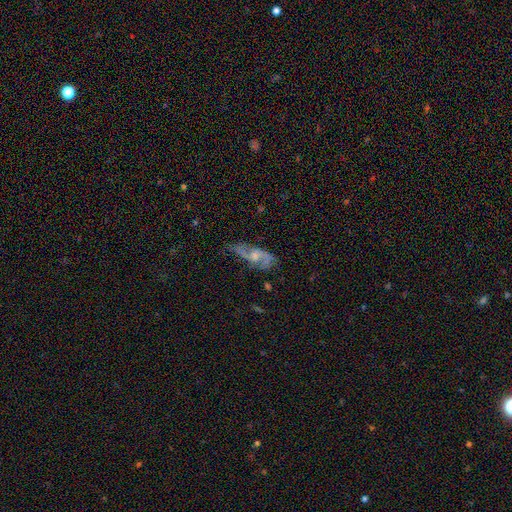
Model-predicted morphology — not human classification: The model was most divided on "bulge size": moderate: 45%, small: 38%, none: 11%, large: 5%, dominant: 1%. Remaining: spiral arms — yes (91%); edge-on disk — no (90%); spiral arm count — 2 (84%); smooth or featured — featured or disk (76%); merging — none (62%); bar — no (55%); spiral winding — loose (47%).